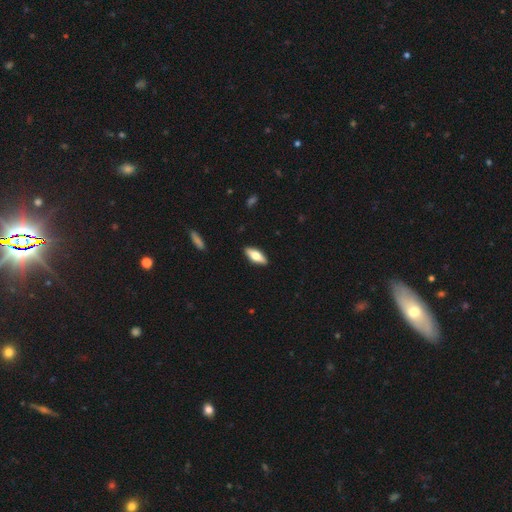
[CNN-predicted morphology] This appears to be a smooth galaxy with no disk features (62%) that is in between round and cigar-shaped (69%). Merging: none (89%).